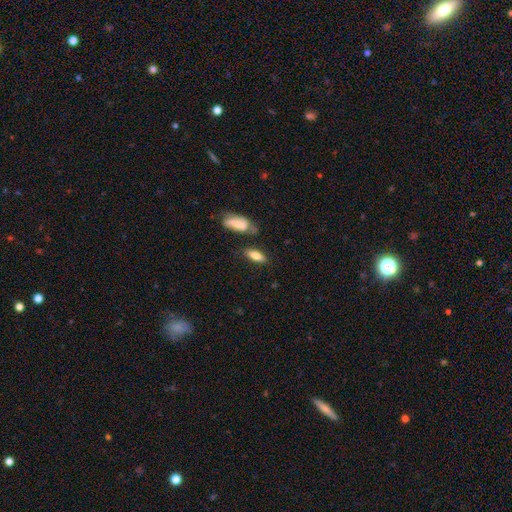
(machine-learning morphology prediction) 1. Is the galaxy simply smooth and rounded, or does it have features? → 75% smooth, 18% featured or disk, 7% star or artifact.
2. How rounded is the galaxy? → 68% in between, 30% cigar-shaped, 3% round.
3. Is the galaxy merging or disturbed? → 68% none, 17% minor disturbance, 9% merger, 5% major disturbance.